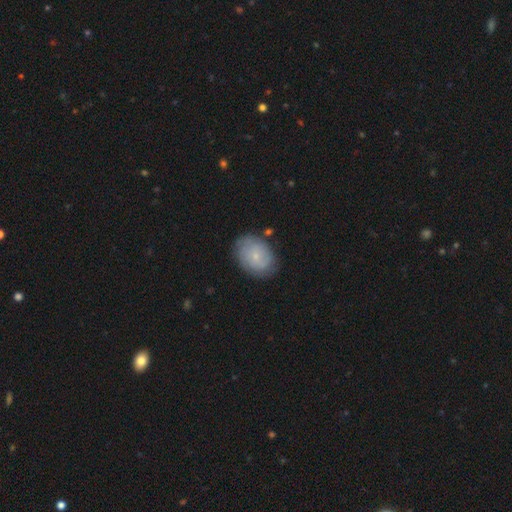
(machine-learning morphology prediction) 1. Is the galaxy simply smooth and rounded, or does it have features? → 50% smooth, 43% featured or disk, 8% star or artifact.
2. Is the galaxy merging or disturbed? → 77% none, 17% minor disturbance, 5% major disturbance, 2% merger.